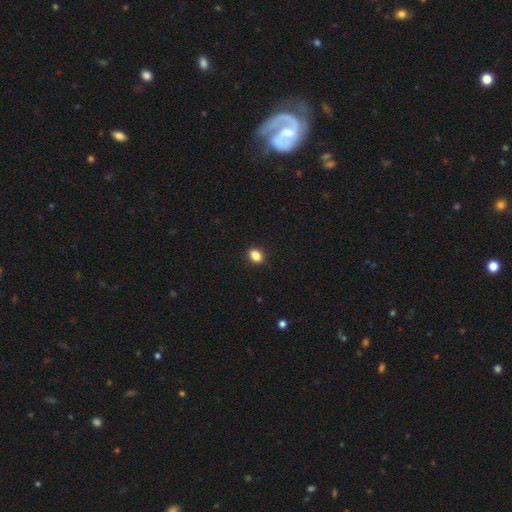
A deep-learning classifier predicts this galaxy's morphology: This is clearly a smooth galaxy (86%). How rounded: likely in between (68%). Merging: clearly none (91%).